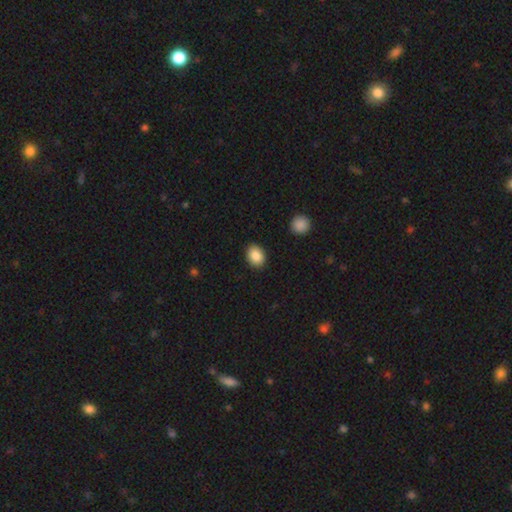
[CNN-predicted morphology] This is clearly a smooth galaxy (88%). How rounded: likely in between (65%). Merging: clearly none (89%).